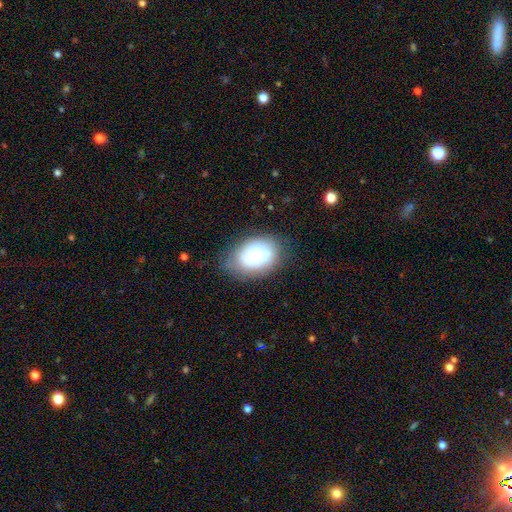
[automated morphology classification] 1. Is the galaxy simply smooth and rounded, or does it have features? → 50% smooth, 42% featured or disk, 8% star or artifact.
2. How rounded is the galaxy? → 78% in between, 21% round, 1% cigar-shaped.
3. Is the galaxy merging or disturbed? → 66% none, 23% minor disturbance, 9% major disturbance, 3% merger.